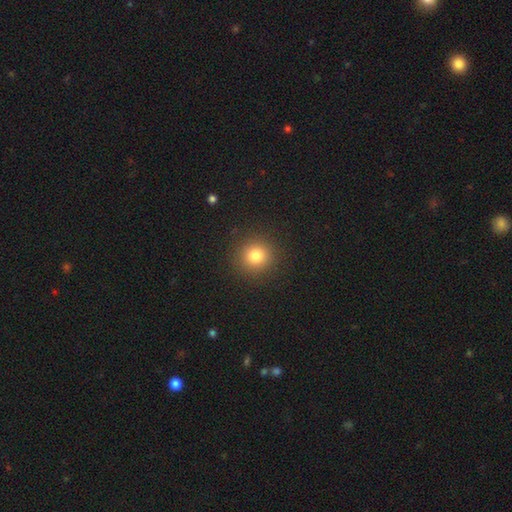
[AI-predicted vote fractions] smooth_or_featured: smooth (p=0.81) [alt: star or artifact p=0.13]
how_rounded: round (p=0.92) [alt: in between p=0.07]
merging: none (p=0.91) [alt: minor disturbance p=0.06]